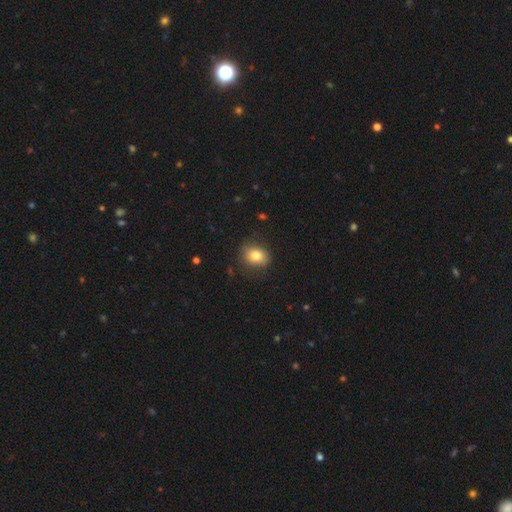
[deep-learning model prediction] Overall: smooth (81%). How rounded: in between (54%; round 45%). Merging: none (82%).